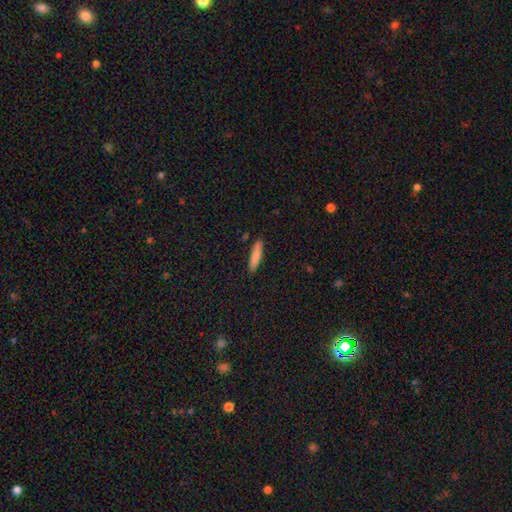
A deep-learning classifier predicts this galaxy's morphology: This appears to be a smooth galaxy with no disk features (83%) that is cigar-shaped (83%). Merging: none (88%).